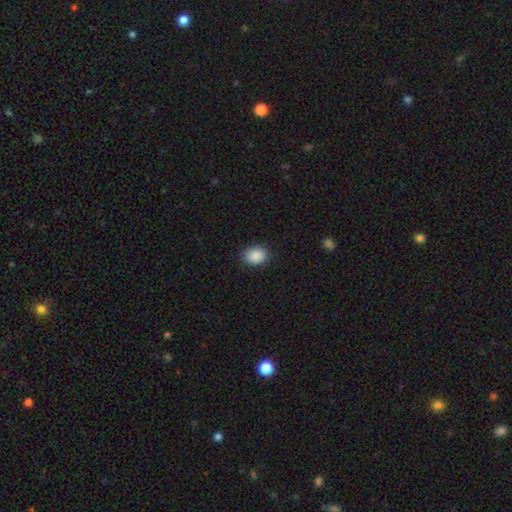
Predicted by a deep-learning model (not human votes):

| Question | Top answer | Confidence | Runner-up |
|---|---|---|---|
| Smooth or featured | smooth | 89% | star or artifact (8%) |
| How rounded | in between | 55% | round (44%) |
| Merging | none | 88% | minor disturbance (9%) |